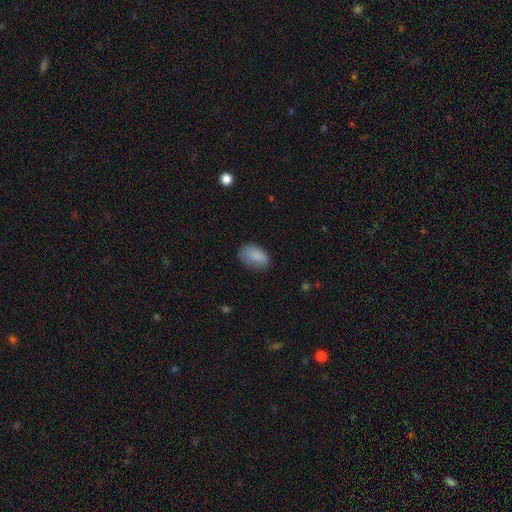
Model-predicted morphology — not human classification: Smooth or featured? smooth (85%)
How rounded? in between (91%)
Merging? none (67%)